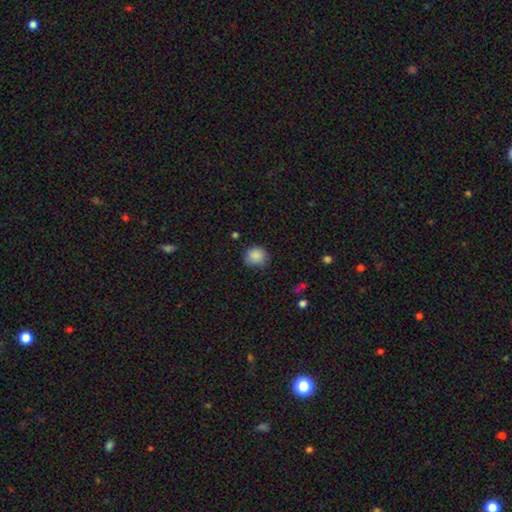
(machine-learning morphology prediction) Smooth or featured? smooth (87%)
How rounded? round (76%)
Merging? none (75%)